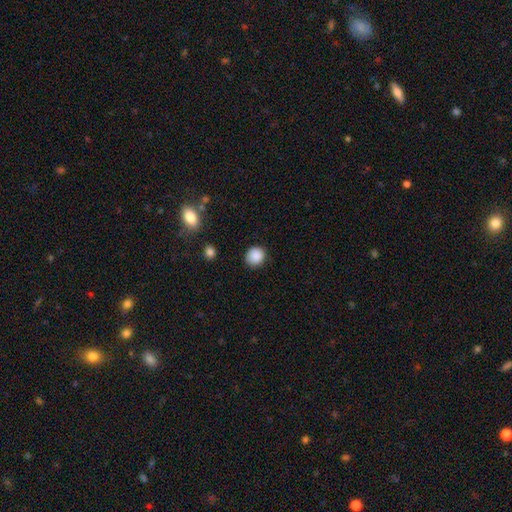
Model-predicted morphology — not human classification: Smooth or featured: smooth — 88% (star or artifact — 9%)
How rounded: round — 88% (in between — 11%)
Merging: none — 87% (minor disturbance — 9%)